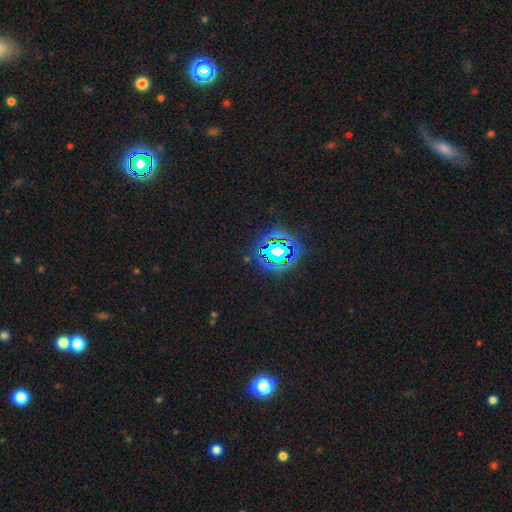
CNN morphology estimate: smooth_or_featured: star or artifact (p=0.80) [alt: smooth p=0.13]